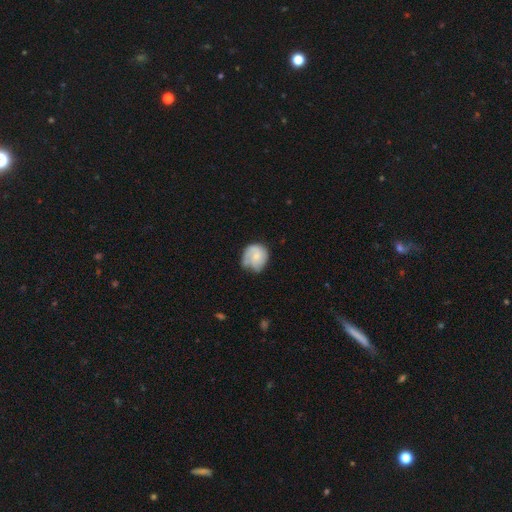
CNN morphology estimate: Smooth or featured? Predicted: featured or disk (p=0.48). Merging? Predicted: none (p=0.49).